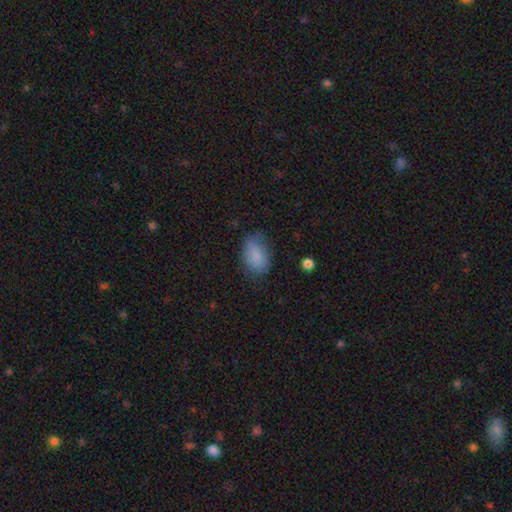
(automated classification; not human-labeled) A smooth galaxy with no disk features (85%) that is in between round and cigar-shaped (90%).

Vote fractions:
- Smooth or featured? smooth: 85% / star or artifact: 8% / featured or disk: 7%
- How rounded? in between: 90% / round: 8% / cigar-shaped: 2%
- Merging? none: 69% / minor disturbance: 24% / major disturbance: 6% / merger: 1%